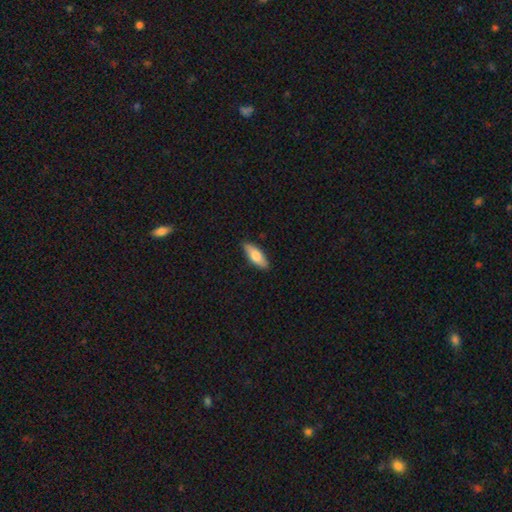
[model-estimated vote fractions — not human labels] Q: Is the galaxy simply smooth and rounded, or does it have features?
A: smooth — 71%.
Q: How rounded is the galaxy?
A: in between — 66%.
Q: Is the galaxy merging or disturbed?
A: none — 88%.